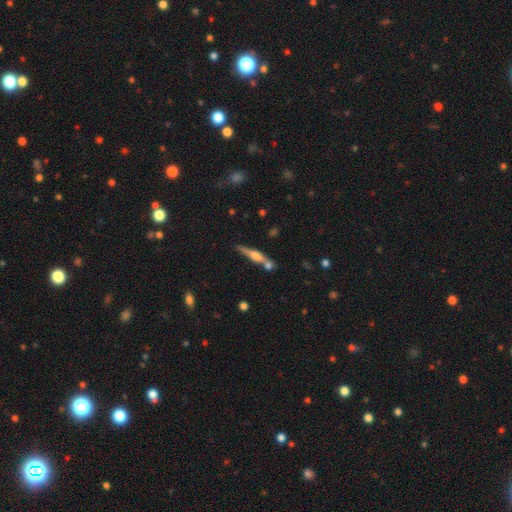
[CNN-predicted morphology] Smooth or featured: featured or disk — 61% (smooth — 32%)
Edge-on disk: yes — 96% (no — 4%)
Edge-on bulge: rounded — 81% (boxy — 12%)
Merging: none — 68% (merger — 17%)